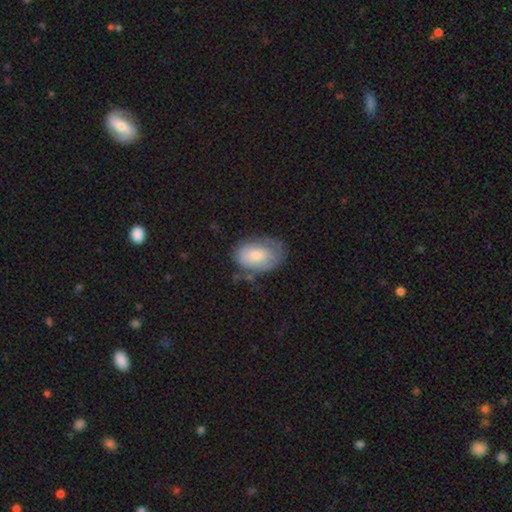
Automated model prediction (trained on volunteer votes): Smooth or featured: smooth — 71% (featured or disk — 23%)
How rounded: in between — 86% (round — 13%)
Merging: none — 51% (minor disturbance — 32%)